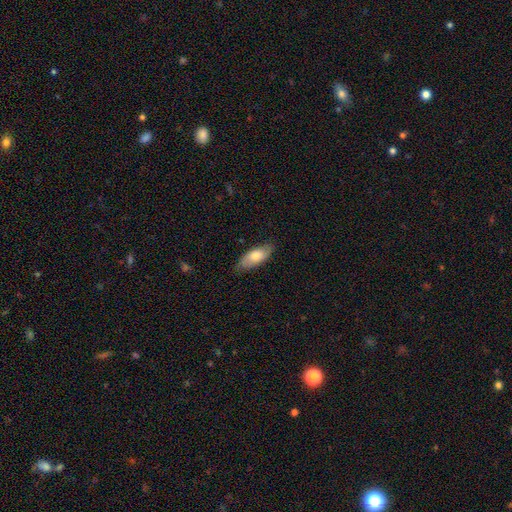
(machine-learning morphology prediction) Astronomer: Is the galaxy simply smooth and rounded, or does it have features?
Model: smooth — 73%.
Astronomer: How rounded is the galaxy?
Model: in between — 83%.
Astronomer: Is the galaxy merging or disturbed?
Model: none — 77%.